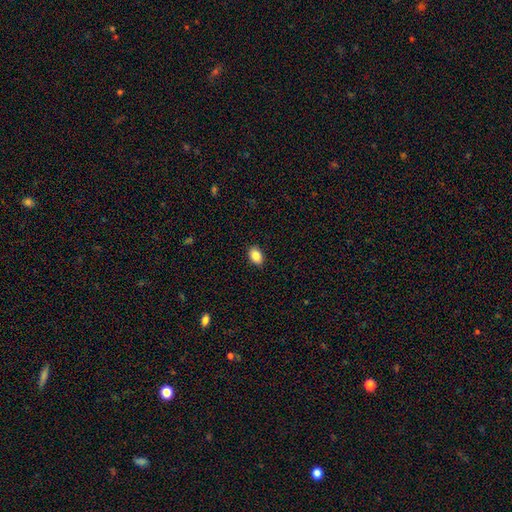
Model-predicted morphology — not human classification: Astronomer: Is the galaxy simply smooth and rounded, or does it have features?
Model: smooth — 87%.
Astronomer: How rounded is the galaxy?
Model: in between — 85%.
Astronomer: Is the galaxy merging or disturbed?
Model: none — 88%.